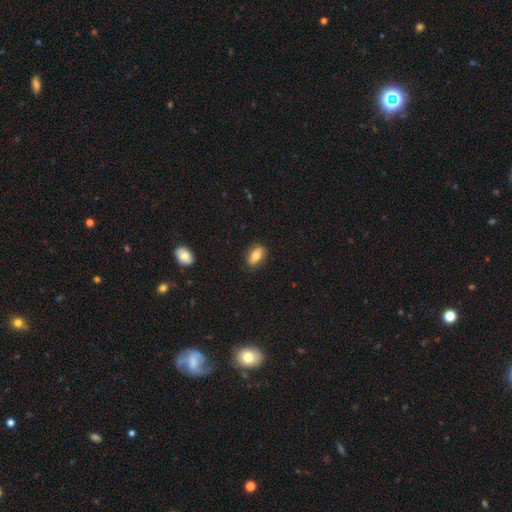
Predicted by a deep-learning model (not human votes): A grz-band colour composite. It shows a smooth galaxy with no disk features (70%) that is in between round and cigar-shaped (84%). Merging: none (83%).